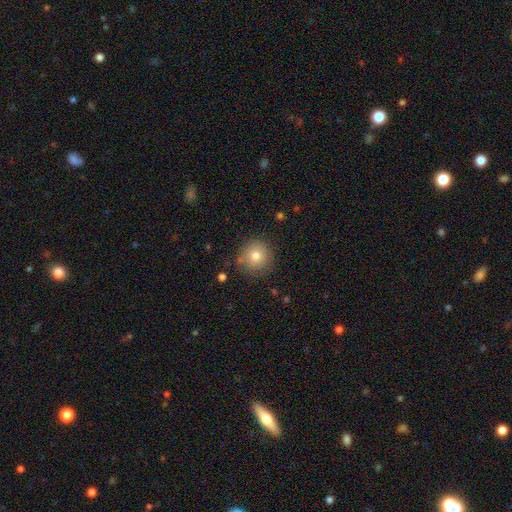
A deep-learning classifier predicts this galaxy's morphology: smooth_or_featured: smooth (p=0.79) [alt: star or artifact p=0.11]
how_rounded: round (p=0.93) [alt: in between p=0.06]
merging: none (p=0.81) [alt: minor disturbance p=0.13]